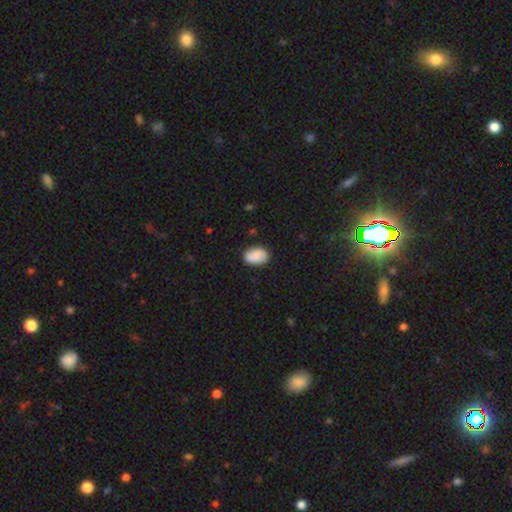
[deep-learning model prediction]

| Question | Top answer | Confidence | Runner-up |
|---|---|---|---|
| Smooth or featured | smooth | 77% | featured or disk (16%) |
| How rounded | in between | 84% | round (15%) |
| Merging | none | 80% | minor disturbance (15%) |